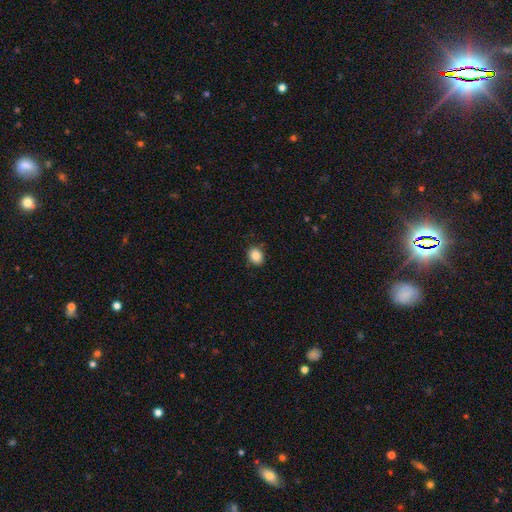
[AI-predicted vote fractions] Overall: smooth (87%). How rounded: round (56%; in between 44%). Merging: none (86%).